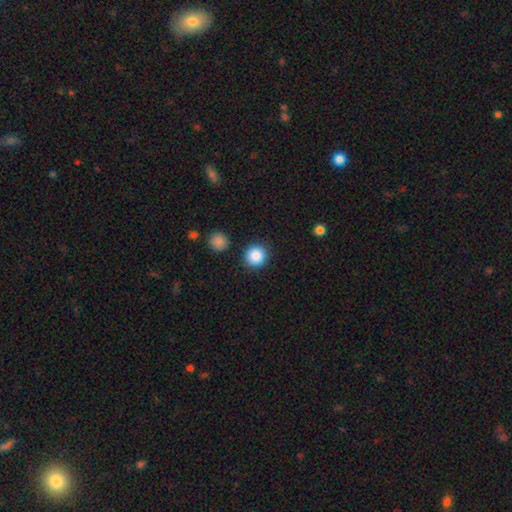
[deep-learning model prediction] Smooth or featured: smooth — 87% (star or artifact — 9%)
How rounded: round — 93% (in between — 6%)
Merging: none — 88% (minor disturbance — 7%)